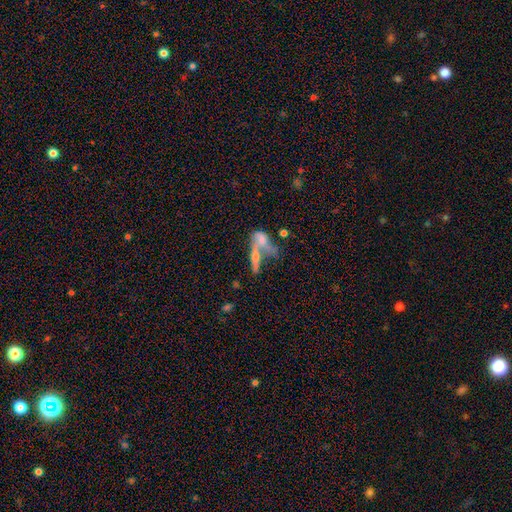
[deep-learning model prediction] This appears to be a star or artifact, not a galaxy (38%).